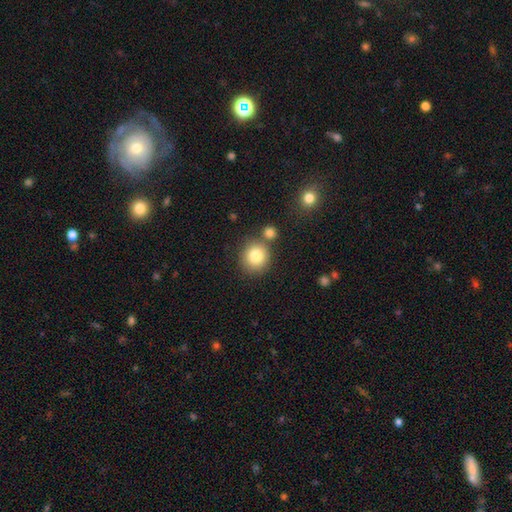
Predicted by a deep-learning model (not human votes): This is clearly a smooth galaxy (82%). How rounded: clearly round (88%). Merging: likely none (70%).